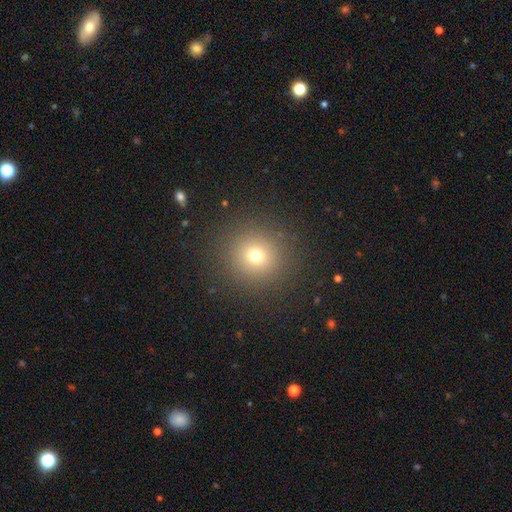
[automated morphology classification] Smooth or featured? Predicted: smooth (p=0.72). How rounded? Predicted: round (p=0.93). Merging? Predicted: none (p=0.89).